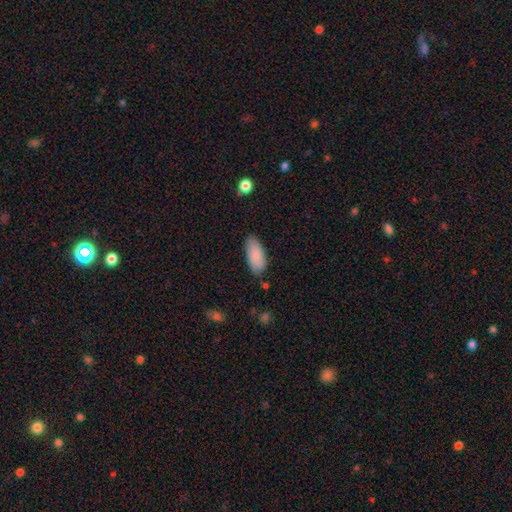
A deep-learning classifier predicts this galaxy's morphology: Smooth or featured: smooth — 86% (featured or disk — 8%)
How rounded: in between — 90% (cigar-shaped — 8%)
Merging: none — 78% (minor disturbance — 17%)